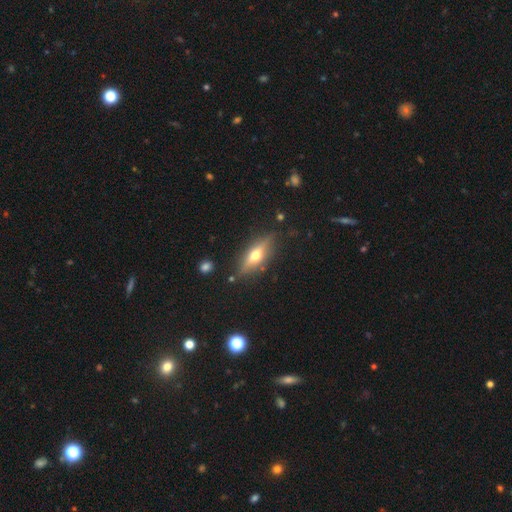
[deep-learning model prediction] A featured or disk galaxy (53%) viewed edge-on (88%). Merging: none (83%).